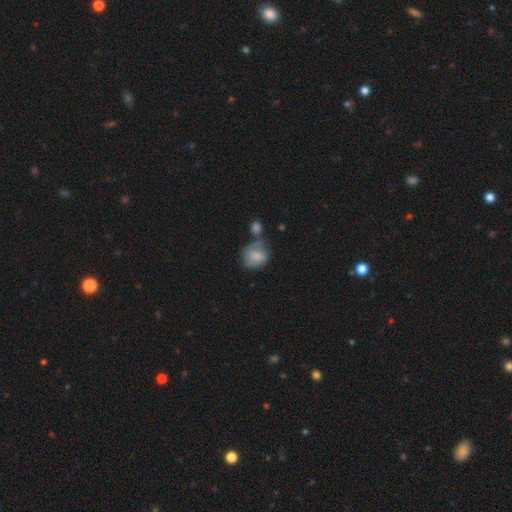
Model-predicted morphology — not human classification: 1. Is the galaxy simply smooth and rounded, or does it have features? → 70% smooth, 22% featured or disk, 8% star or artifact.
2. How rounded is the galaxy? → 65% round, 34% in between, 1% cigar-shaped.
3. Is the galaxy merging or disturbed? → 43% none, 25% merger, 23% minor disturbance, 9% major disturbance.